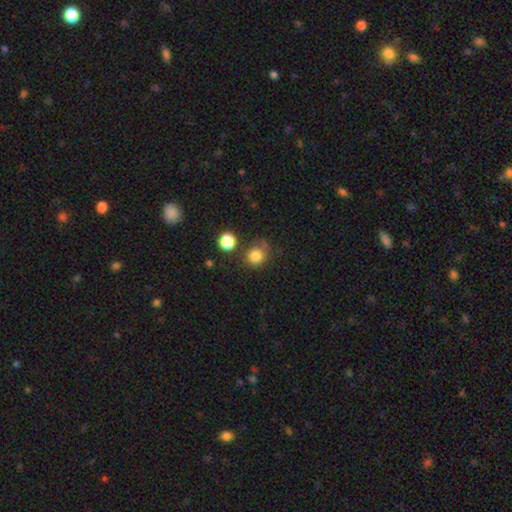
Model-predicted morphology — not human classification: Q: Smooth or featured?
A: smooth (82%); runner-up: star or artifact (12%)
Q: How rounded?
A: round (86%); runner-up: in between (13%)
Q: Merging?
A: none (68%); runner-up: minor disturbance (18%)